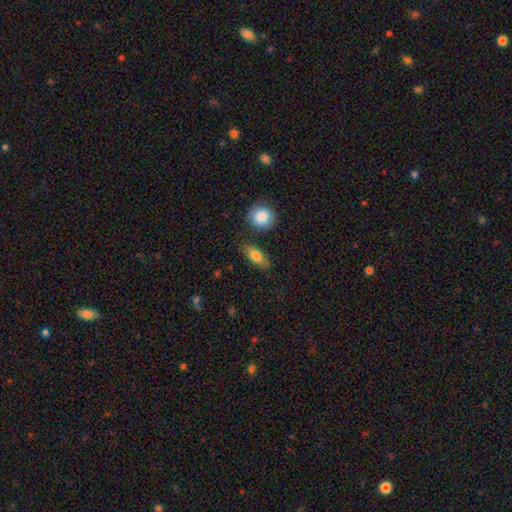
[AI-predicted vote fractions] Morphology: type=smooth (79%); roundness=in between (80%); merging=none (77%).